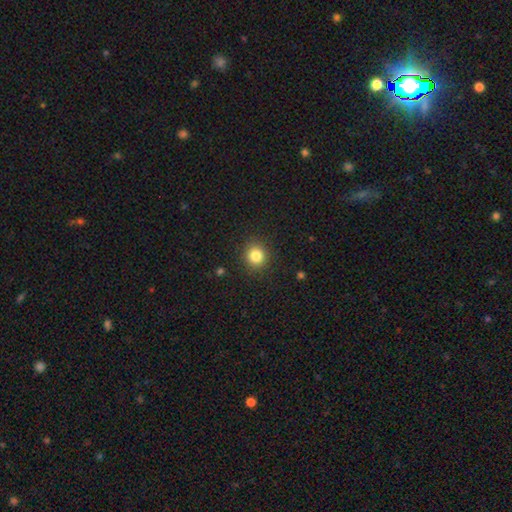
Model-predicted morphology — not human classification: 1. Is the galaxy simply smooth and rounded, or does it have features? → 83% smooth, 11% star or artifact, 5% featured or disk.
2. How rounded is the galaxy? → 90% round, 9% in between, 1% cigar-shaped.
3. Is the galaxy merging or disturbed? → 90% none, 6% minor disturbance, 2% major disturbance, 1% merger.